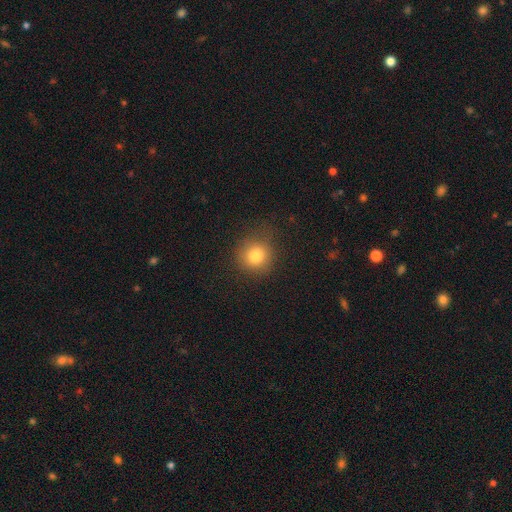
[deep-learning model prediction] A smooth galaxy with no disk features (79%) that is round (86%).

Vote fractions:
- Smooth or featured? smooth: 79% / star or artifact: 13% / featured or disk: 8%
- How rounded? round: 86% / in between: 13% / cigar-shaped: 1%
- Merging? none: 79% / minor disturbance: 15% / major disturbance: 5% / merger: 1%